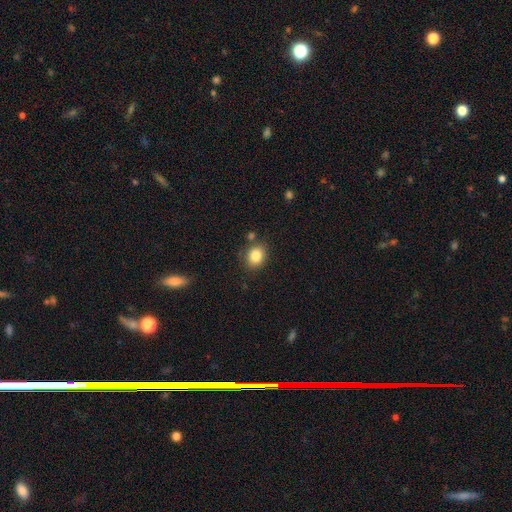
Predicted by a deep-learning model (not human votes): smooth_or_featured: smooth (p=0.83) [alt: star or artifact p=0.10]
how_rounded: round (p=0.57) [alt: in between p=0.42]
merging: none (p=0.81) [alt: minor disturbance p=0.11]